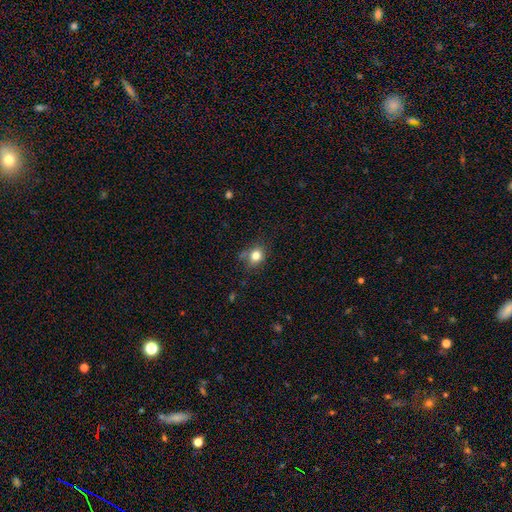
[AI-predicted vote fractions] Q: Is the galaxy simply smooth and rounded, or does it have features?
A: smooth — 79%.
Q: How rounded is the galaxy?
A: round — 64%.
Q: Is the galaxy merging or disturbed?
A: none — 67%.